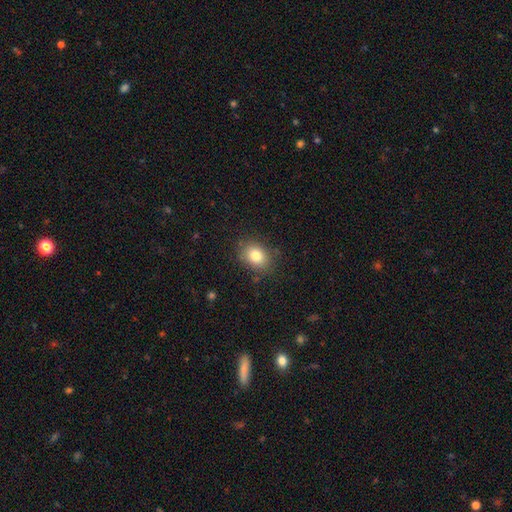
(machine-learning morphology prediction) Smooth or featured: smooth — 81% (star or artifact — 10%)
How rounded: in between — 64% (round — 35%)
Merging: none — 84% (minor disturbance — 12%)